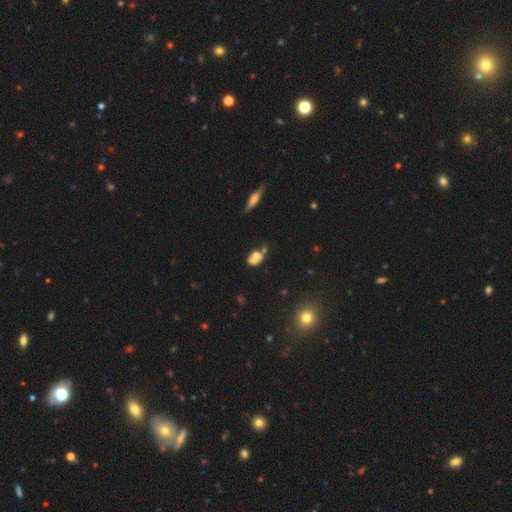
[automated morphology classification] A smooth galaxy with no disk features (59%) that is in between round and cigar-shaped (66%).

Vote fractions:
- Smooth or featured? smooth: 59% / featured or disk: 28% / star or artifact: 12%
- How rounded? in between: 66% / round: 31% / cigar-shaped: 3%
- Merging? merger: 47% / none: 31% / minor disturbance: 15% / major disturbance: 8%